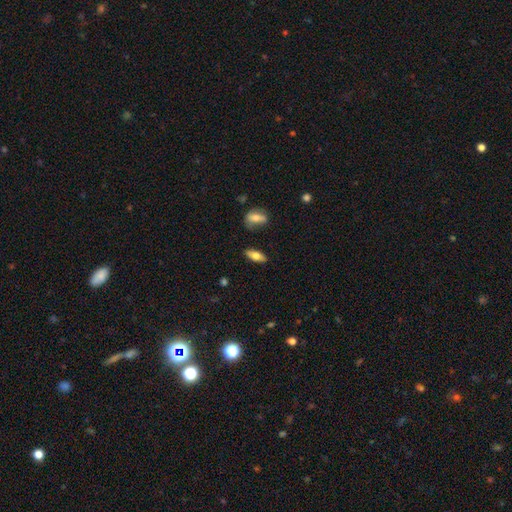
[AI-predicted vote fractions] smooth_or_featured: smooth (p=0.72) [alt: featured or disk p=0.21]
how_rounded: in between (p=0.75) [alt: cigar-shaped p=0.22]
merging: none (p=0.84) [alt: minor disturbance p=0.11]